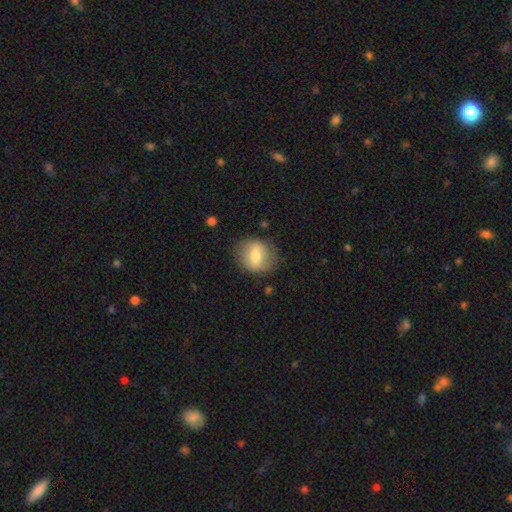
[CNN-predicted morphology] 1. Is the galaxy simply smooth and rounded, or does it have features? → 64% smooth, 28% featured or disk, 7% star or artifact.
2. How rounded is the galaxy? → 66% round, 33% in between, 1% cigar-shaped.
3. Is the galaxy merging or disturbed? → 80% none, 14% minor disturbance, 4% major disturbance, 1% merger.